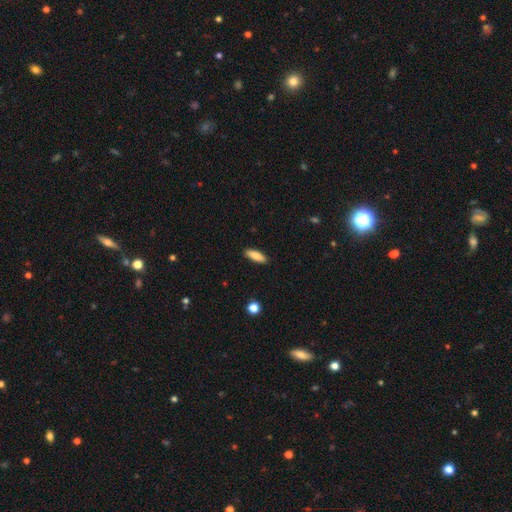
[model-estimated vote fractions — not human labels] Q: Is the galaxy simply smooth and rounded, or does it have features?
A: smooth — 85%.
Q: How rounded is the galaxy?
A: in between — 55%.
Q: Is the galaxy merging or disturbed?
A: none — 88%.